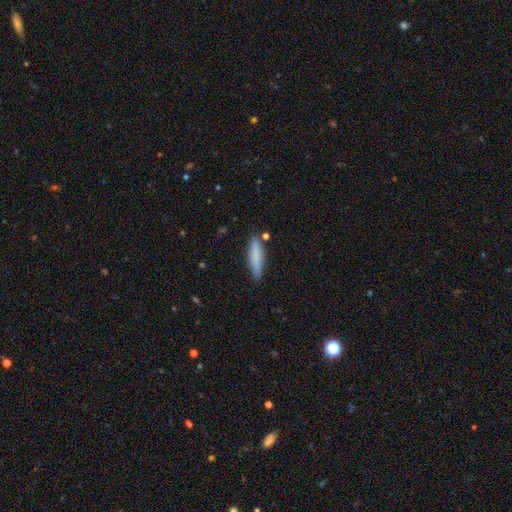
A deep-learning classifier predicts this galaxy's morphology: This appears to be a smooth galaxy with no disk features (79%) that is cigar-shaped (82%). Merging: none (83%).